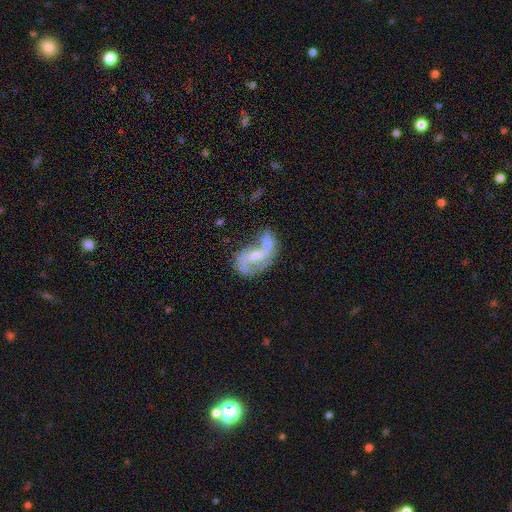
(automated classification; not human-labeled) featured or disk 74%, smooth 18%, star or artifact 8%. Down the decision tree: edge-on disk — no (96%); bar — weak (42%); spiral arms — yes (75%); spiral arm count — 2 (72%); spiral winding — loose (54%); bulge size — moderate (48%); merging — merger (48%).